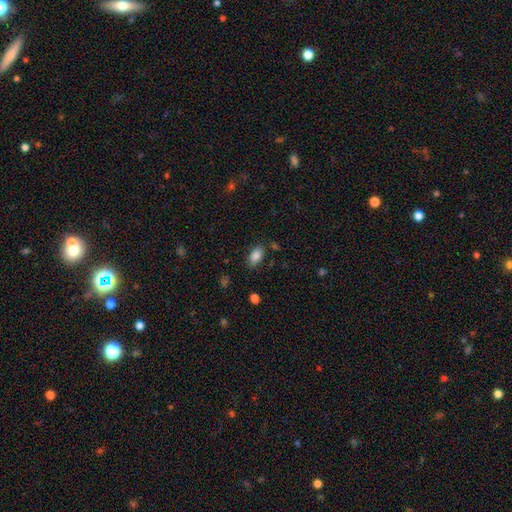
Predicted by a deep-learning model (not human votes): smooth-or-featured: smooth: 86% | star or artifact: 8% | featured or disk: 5%
  how-rounded: in between: 92% | round: 6% | cigar-shaped: 3%
  merging: none: 80% | minor disturbance: 14% | major disturbance: 3% | merger: 3%